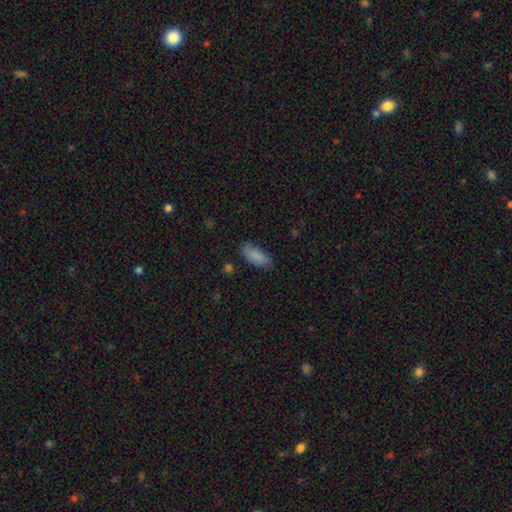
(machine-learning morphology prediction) type=smooth (85%); roundness=in between (86%); merging=none (74%).